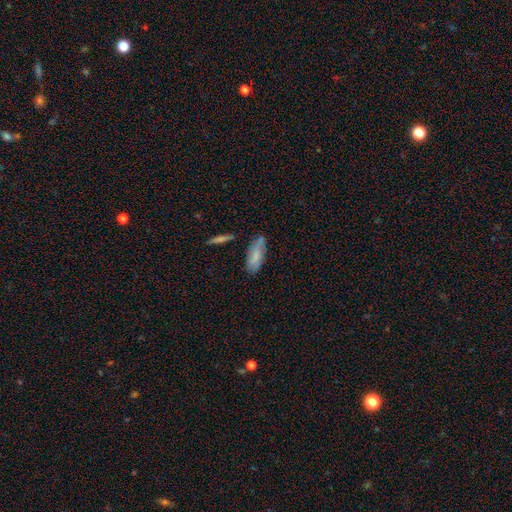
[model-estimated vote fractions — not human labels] smooth-or-featured: smooth: 70% | featured or disk: 23% | star or artifact: 7%
  how-rounded: in between: 75% | cigar-shaped: 23% | round: 2%
  merging: none: 65% | minor disturbance: 25% | major disturbance: 6% | merger: 4%